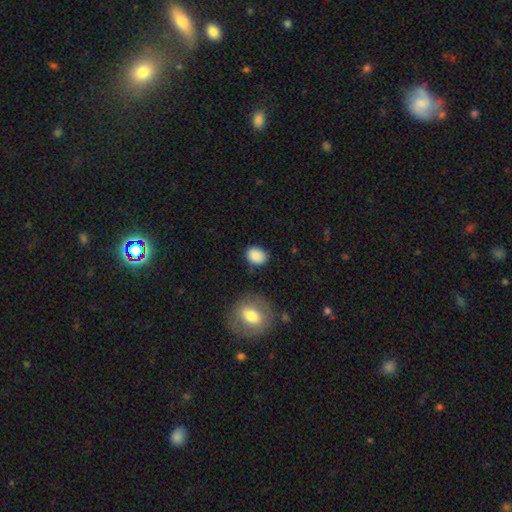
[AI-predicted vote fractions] The model was most divided on "how rounded": in between: 60%, round: 39%, cigar-shaped: 1%. More confident: smooth or featured — smooth (87%); merging — none (80%).